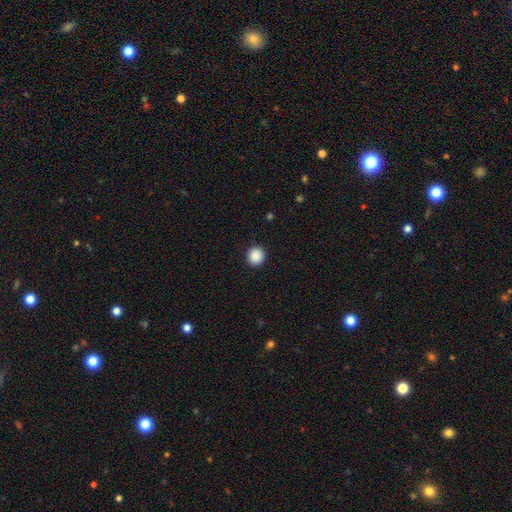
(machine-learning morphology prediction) smooth-or-featured: smooth: 89% | star or artifact: 9% | featured or disk: 2%
  how-rounded: round: 89% | in between: 10% | cigar-shaped: 1%
  merging: none: 92% | minor disturbance: 5% | major disturbance: 2% | merger: 1%